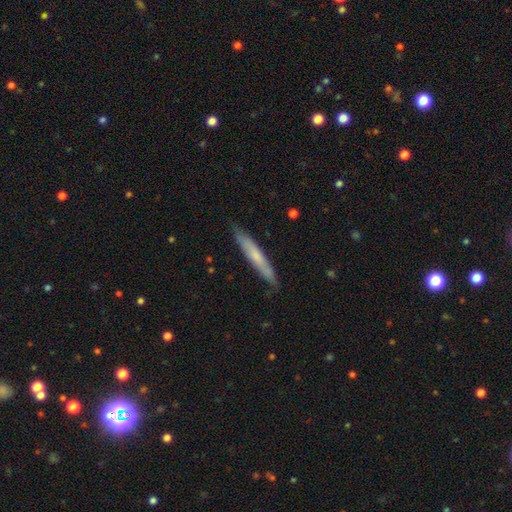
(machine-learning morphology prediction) Q: Smooth or featured?
A: smooth (58%); runner-up: featured or disk (36%)
Q: How rounded?
A: cigar-shaped (94%); runner-up: in between (5%)
Q: Merging?
A: none (85%); runner-up: minor disturbance (12%)